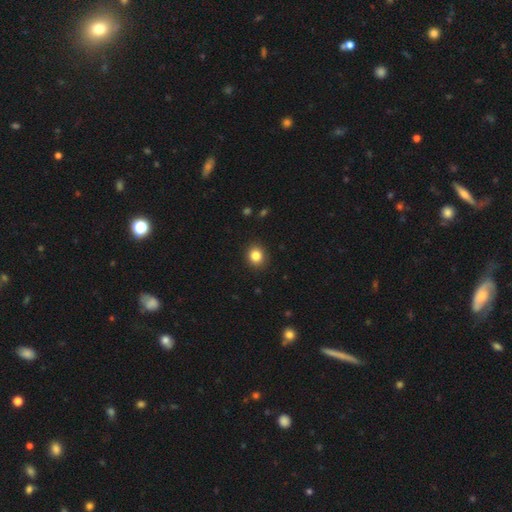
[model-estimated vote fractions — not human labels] Smooth or featured?
  - smooth: 84% *
  - star or artifact: 10%
  - featured or disk: 5%
How rounded?
  - round: 72% *
  - in between: 27%
  - cigar-shaped: 1%
Merging?
  - none: 91% *
  - minor disturbance: 7%
  - major disturbance: 2%
  - merger: 1%